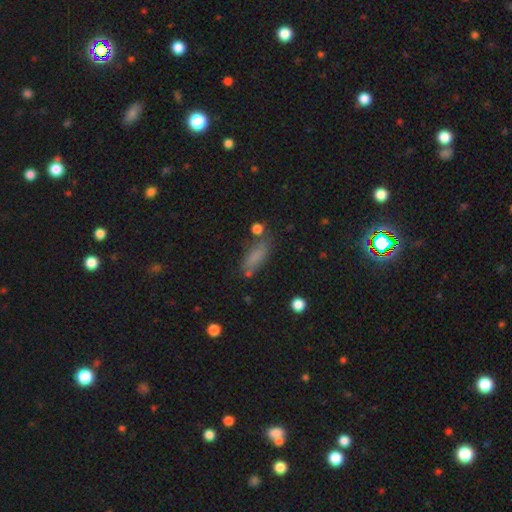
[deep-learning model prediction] The model was most divided on "how rounded": in between: 61%, cigar-shaped: 35%, round: 4%. More confident: smooth or featured — smooth (77%); merging — none (67%).